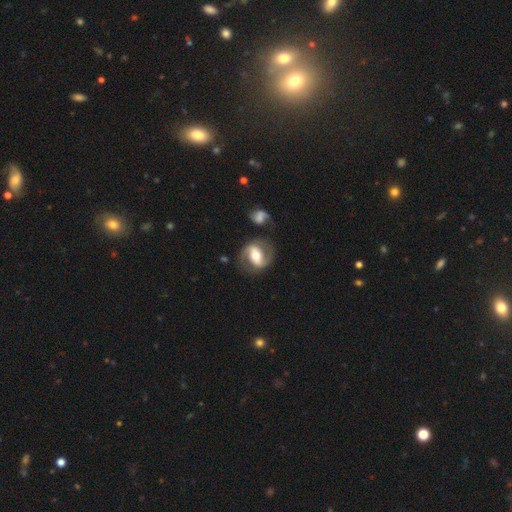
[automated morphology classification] Smooth or featured? Predicted: featured or disk (p=0.71). Edge-on disk? Predicted: no (p=0.95). Bar? Predicted: strong (p=0.48). Spiral arms? Predicted: yes (p=0.81). Spiral winding? Predicted: medium (p=0.48). Spiral arm count? Predicted: 2 (p=0.88). Bulge size? Predicted: moderate (p=0.68). Merging? Predicted: none (p=0.72).